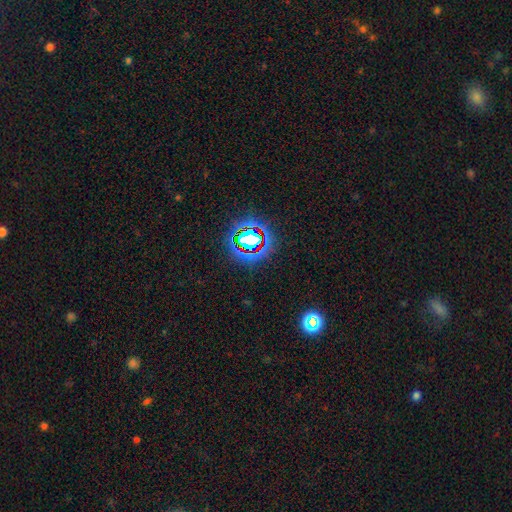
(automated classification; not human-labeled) This is likely a star or artifact rather than a galaxy (73%).